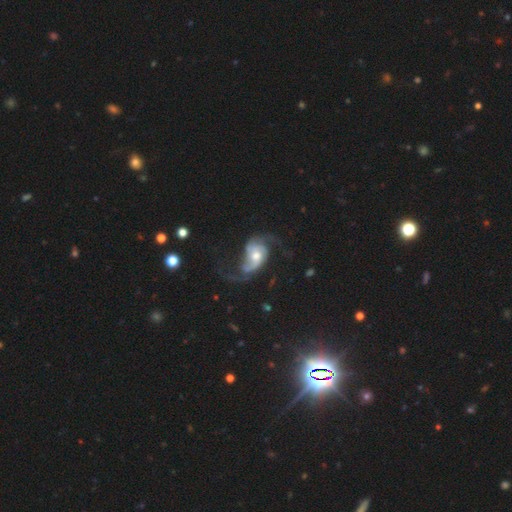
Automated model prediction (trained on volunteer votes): Smooth or featured?
  - featured or disk: 86% *
  - smooth: 9%
  - star or artifact: 5%
Edge-on disk?
  - no: 97% *
  - yes: 3%
Bar?
  - no: 58% *
  - weak: 33%
  - strong: 9%
Spiral arms?
  - yes: 96% *
  - no: 4%
Spiral winding?
  - loose: 52% *
  - medium: 36%
  - tight: 11%
Spiral arm count?
  - 2: 77% *
  - 3: 8%
  - can't tell: 6%
  - 1: 4%
  - 4: 2%
  - more than 4: 2%
Bulge size?
  - moderate: 64% *
  - small: 19%
  - large: 13%
  - none: 2%
  - dominant: 2%
Merging?
  - none: 51% *
  - major disturbance: 28%
  - minor disturbance: 18%
  - merger: 3%